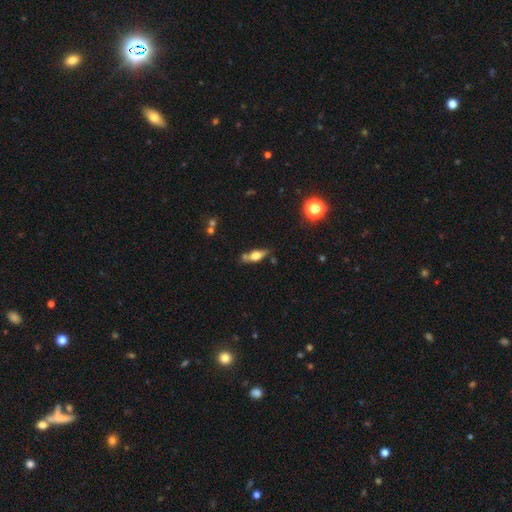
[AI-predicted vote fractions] The model was most divided on "smooth or featured": smooth: 46%, featured or disk: 45%, star or artifact: 9%. More confident: merging — none (67%).